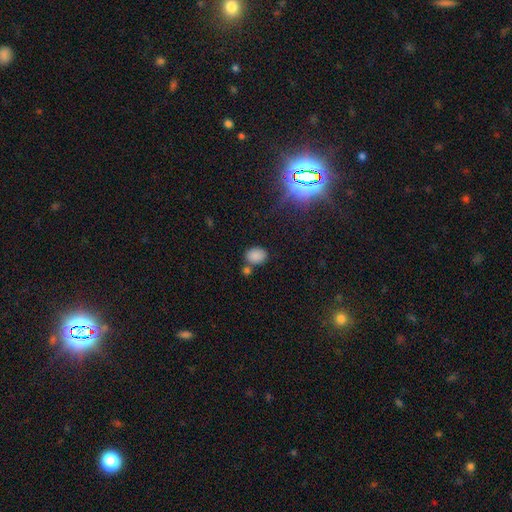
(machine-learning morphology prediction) type=smooth (83%); roundness=in between (72%); merging=none (66%).